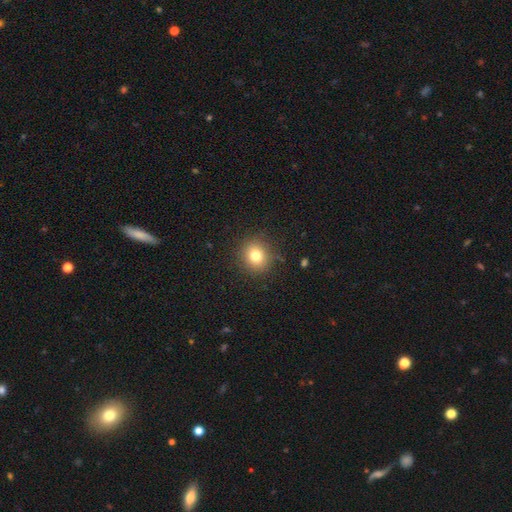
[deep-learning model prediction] The model was most divided on "smooth or featured": smooth: 78%, star or artifact: 13%, featured or disk: 9%. More confident: merging — none (88%); how rounded — round (87%).